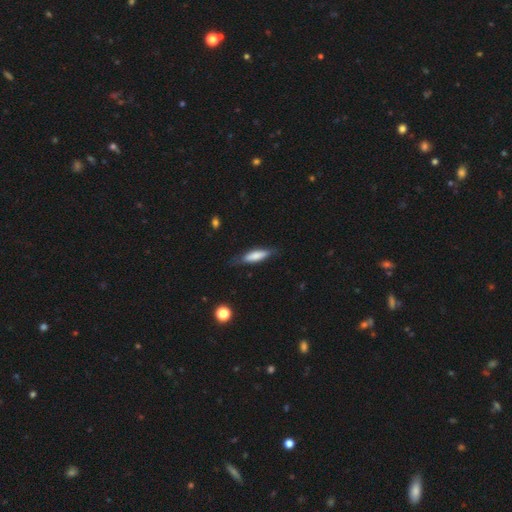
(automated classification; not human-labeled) A smooth galaxy with no disk features (72%) that is cigar-shaped (63%).

Vote fractions:
- Smooth or featured? smooth: 72% / featured or disk: 22% / star or artifact: 6%
- How rounded? cigar-shaped: 63% / in between: 35% / round: 2%
- Merging? none: 74% / minor disturbance: 20% / major disturbance: 5% / merger: 1%